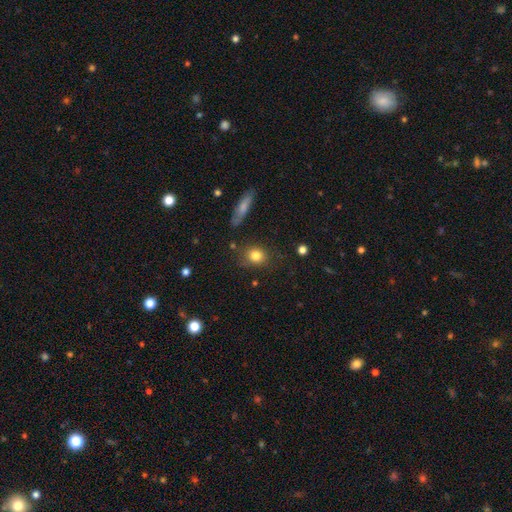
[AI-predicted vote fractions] Smooth or featured? smooth (82%)
How rounded? round (67%)
Merging? none (76%)